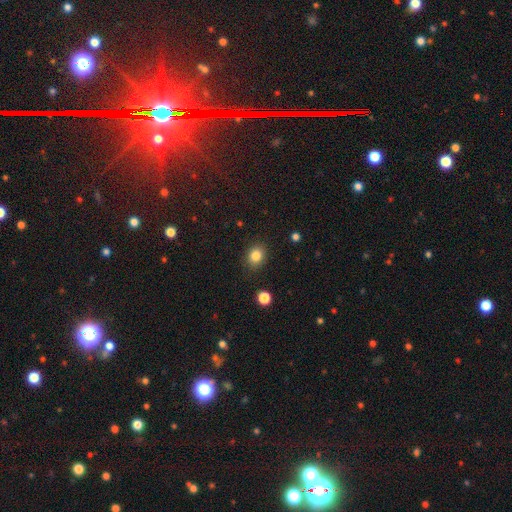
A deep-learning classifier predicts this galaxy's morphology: This appears to be a smooth galaxy with no disk features (84%) that is round (57%). Merging: none (87%).